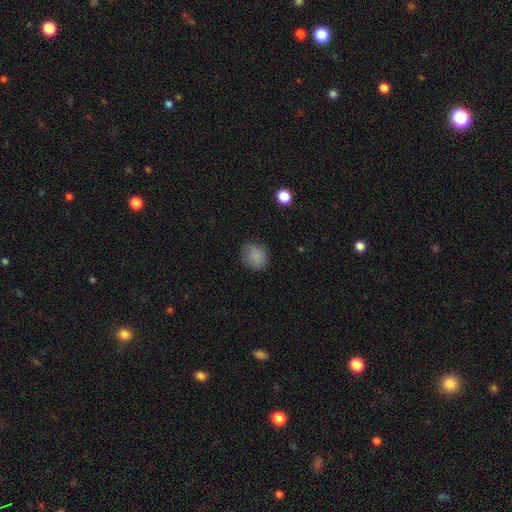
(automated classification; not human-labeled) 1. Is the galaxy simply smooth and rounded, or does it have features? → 85% smooth, 10% star or artifact, 5% featured or disk.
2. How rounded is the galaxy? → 81% round, 18% in between, 1% cigar-shaped.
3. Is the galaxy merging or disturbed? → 82% none, 13% minor disturbance, 4% major disturbance, 1% merger.